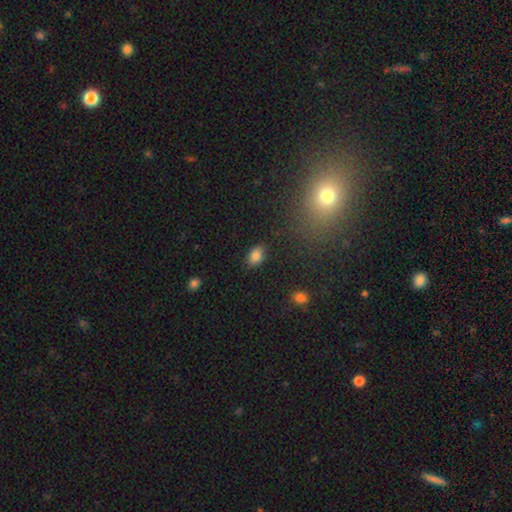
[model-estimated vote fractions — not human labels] Smooth or featured?
  - smooth: 84% *
  - star or artifact: 10%
  - featured or disk: 6%
How rounded?
  - in between: 88% *
  - round: 11%
  - cigar-shaped: 2%
Merging?
  - none: 84% *
  - minor disturbance: 11%
  - major disturbance: 3%
  - merger: 1%